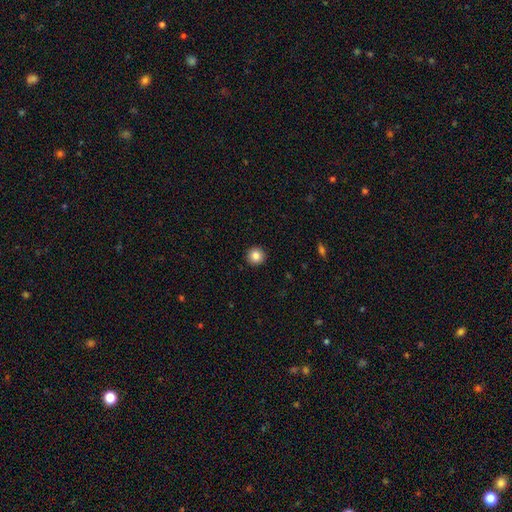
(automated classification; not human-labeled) Overall: smooth (86%). How rounded: round (95%). Merging: none (93%).